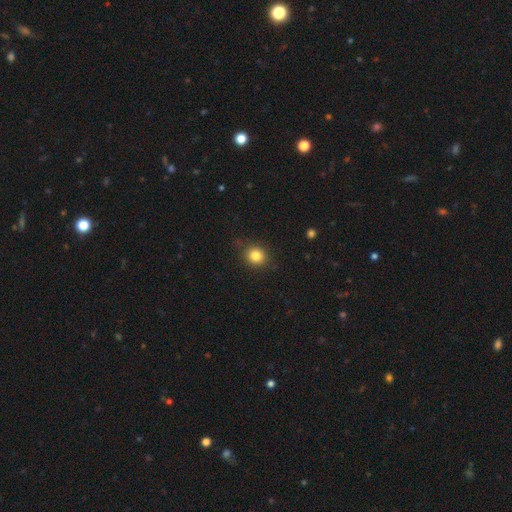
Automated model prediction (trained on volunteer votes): A smooth galaxy with no disk features (83%) that is round (76%).

Vote fractions:
- Smooth or featured? smooth: 83% / star or artifact: 11% / featured or disk: 6%
- How rounded? round: 76% / in between: 23% / cigar-shaped: 1%
- Merging? none: 83% / minor disturbance: 12% / major disturbance: 3% / merger: 1%